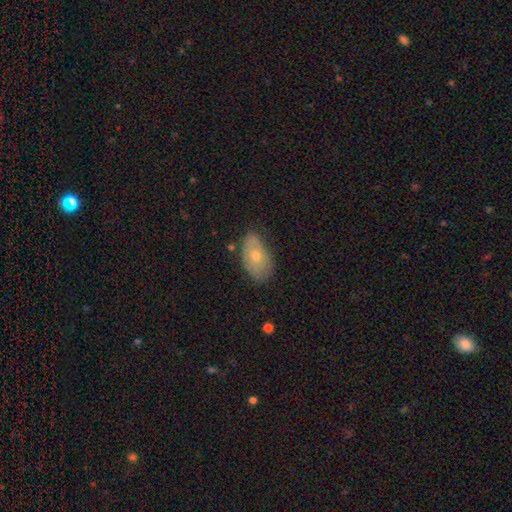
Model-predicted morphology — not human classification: smooth 58%, featured or disk 34%, star or artifact 8%. Down the decision tree: how rounded — in between (90%); merging — none (69%).